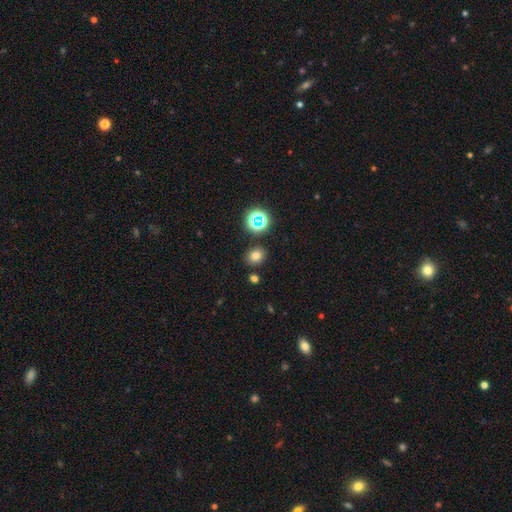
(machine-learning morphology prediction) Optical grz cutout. It shows a smooth galaxy with no disk features (73%) that is round (67%). Merging: none (83%).